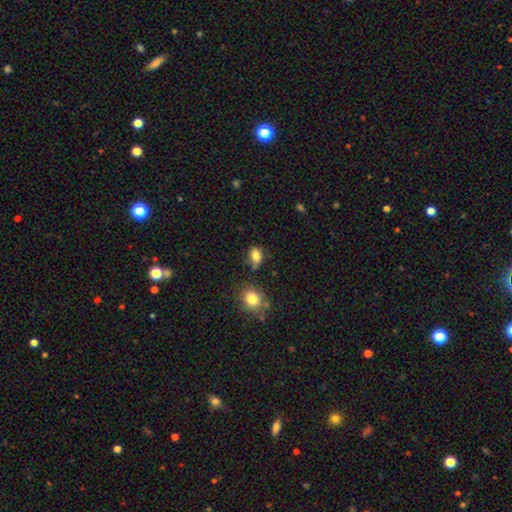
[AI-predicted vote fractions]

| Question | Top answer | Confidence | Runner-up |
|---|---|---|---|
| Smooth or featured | smooth | 81% | star or artifact (10%) |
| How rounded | in between | 72% | round (25%) |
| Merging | none | 59% | minor disturbance (28%) |